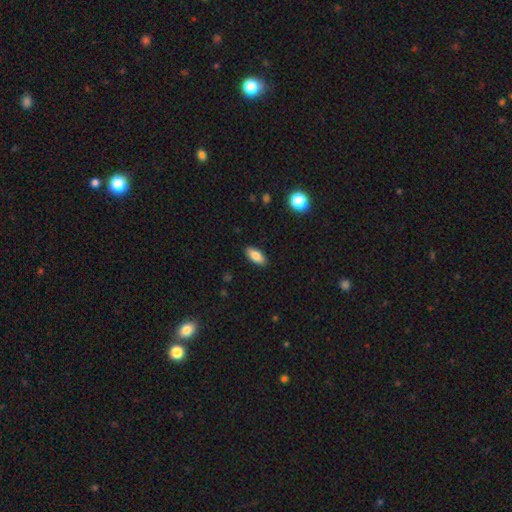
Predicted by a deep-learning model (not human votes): Smooth or featured: smooth — 84% (featured or disk — 9%)
How rounded: in between — 88% (cigar-shaped — 9%)
Merging: none — 89% (minor disturbance — 8%)